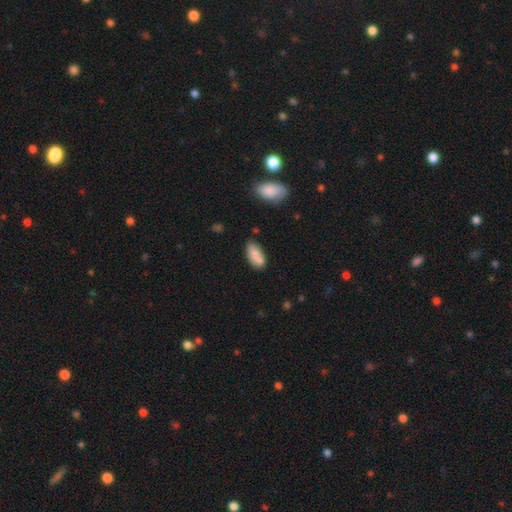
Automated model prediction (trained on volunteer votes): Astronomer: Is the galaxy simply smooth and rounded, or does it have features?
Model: smooth — 82%.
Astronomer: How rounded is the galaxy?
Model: in between — 86%.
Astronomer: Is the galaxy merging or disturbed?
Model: none — 61%.